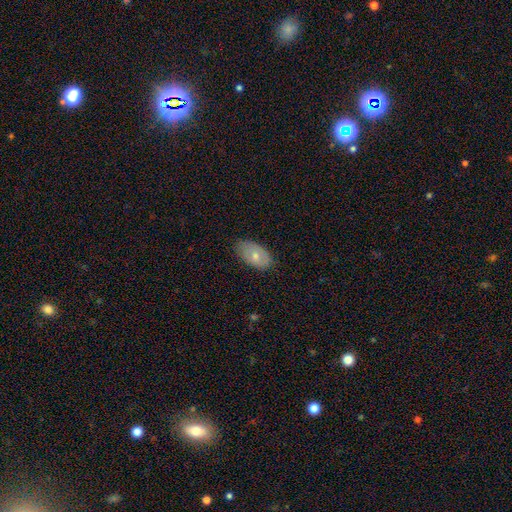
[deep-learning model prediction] A smooth galaxy with no disk features (68%) that is in between round and cigar-shaped (93%). Merging: none (74%).